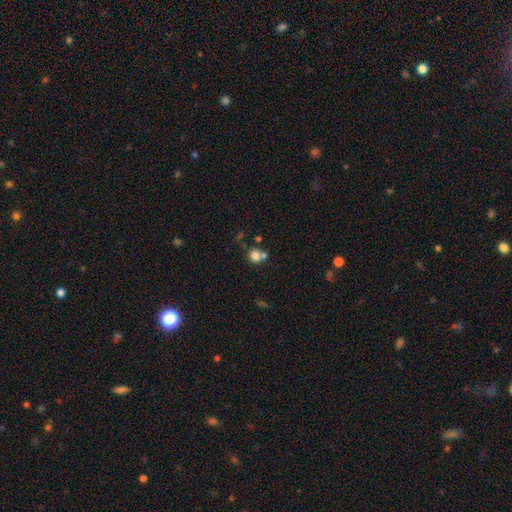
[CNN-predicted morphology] Q: Smooth or featured?
A: smooth (78%); runner-up: star or artifact (13%)
Q: How rounded?
A: round (85%); runner-up: in between (14%)
Q: Merging?
A: none (54%); runner-up: merger (33%)